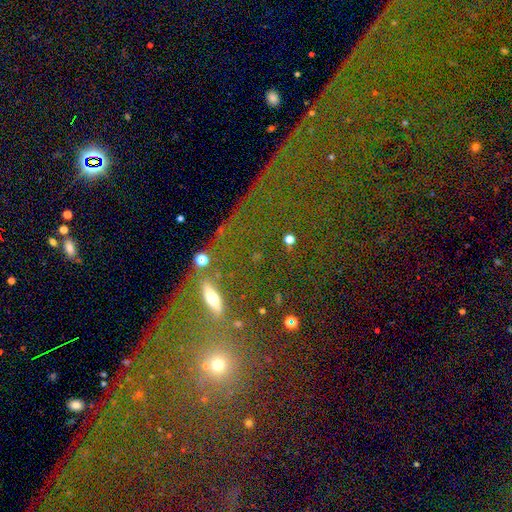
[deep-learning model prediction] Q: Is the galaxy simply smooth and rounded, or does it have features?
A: star or artifact — 59%.